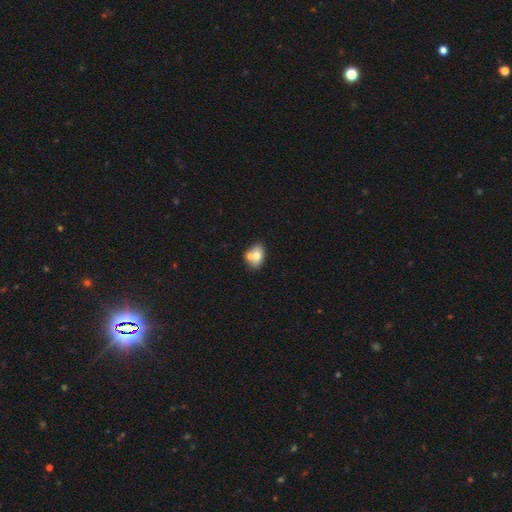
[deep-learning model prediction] Smooth or featured? smooth (72%)
How rounded? in between (75%)
Merging? none (44%)